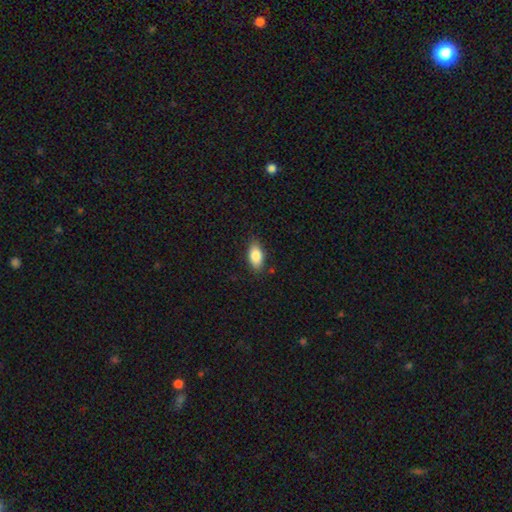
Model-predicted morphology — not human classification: This appears to be a smooth galaxy with no disk features (85%) that is in between round and cigar-shaped (89%). Merging: none (83%).